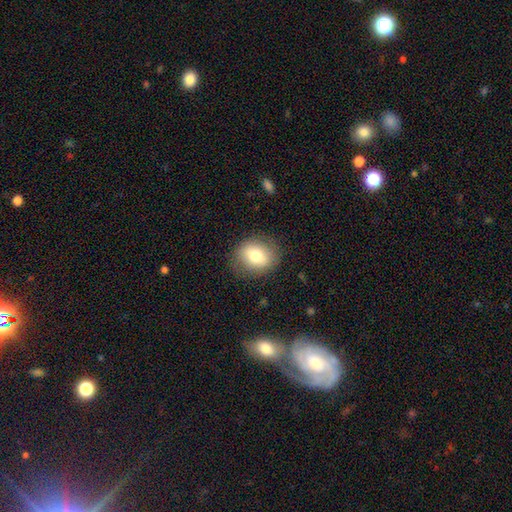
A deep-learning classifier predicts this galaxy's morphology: type=smooth (72%); roundness=round (61%); merging=none (82%).